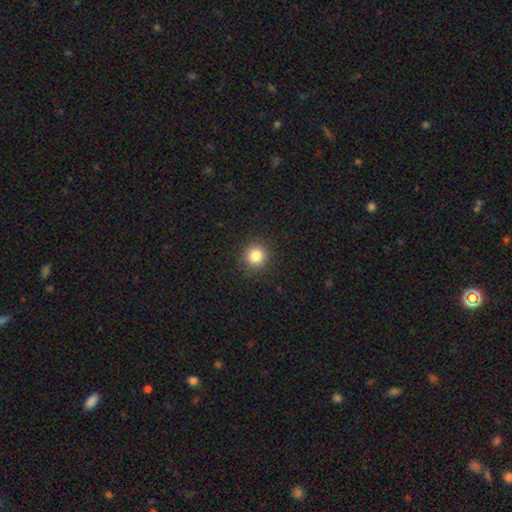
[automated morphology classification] Smooth or featured? smooth (83%)
How rounded? round (93%)
Merging? none (92%)